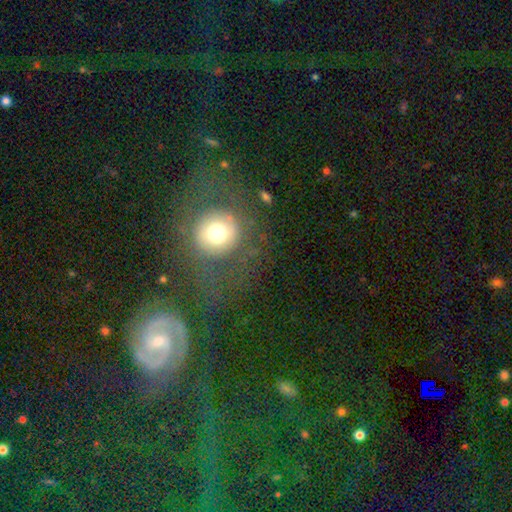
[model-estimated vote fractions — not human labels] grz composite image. It shows a smooth galaxy with no disk features (48%). Merging: none (65%).